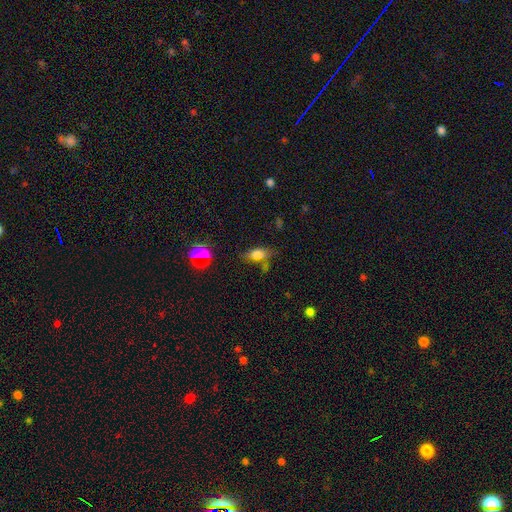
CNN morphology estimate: Smooth or featured?
  - smooth: 70% *
  - star or artifact: 16%
  - featured or disk: 14%
How rounded?
  - in between: 80% *
  - cigar-shaped: 13%
  - round: 8%
Merging?
  - none: 56% *
  - minor disturbance: 22%
  - merger: 13%
  - major disturbance: 10%